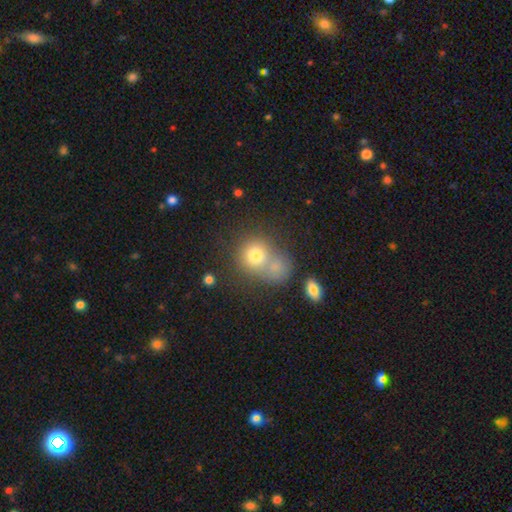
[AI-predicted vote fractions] Smooth or featured? Predicted: smooth (p=0.76). How rounded? Predicted: round (p=0.78). Merging? Predicted: merger (p=0.48).